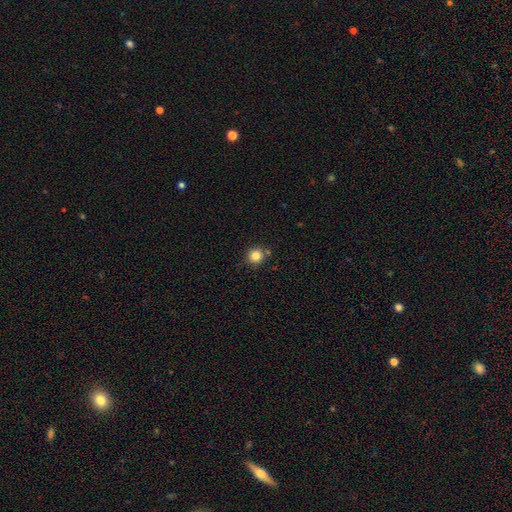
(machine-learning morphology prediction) Smooth or featured?
  - smooth: 83% *
  - star or artifact: 12%
  - featured or disk: 5%
How rounded?
  - round: 93% *
  - in between: 6%
  - cigar-shaped: 1%
Merging?
  - none: 81% *
  - minor disturbance: 9%
  - merger: 7%
  - major disturbance: 2%